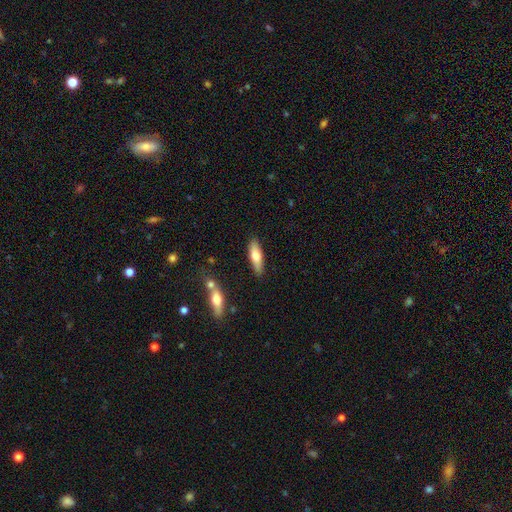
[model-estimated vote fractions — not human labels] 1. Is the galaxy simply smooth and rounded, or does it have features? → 66% smooth, 28% featured or disk, 6% star or artifact.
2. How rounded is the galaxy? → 53% cigar-shaped, 45% in between, 2% round.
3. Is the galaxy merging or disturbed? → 84% none, 11% minor disturbance, 3% merger, 2% major disturbance.